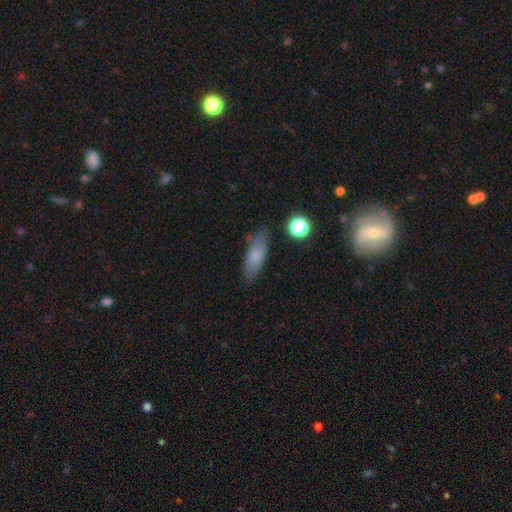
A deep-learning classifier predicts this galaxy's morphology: Q: Smooth or featured?
A: smooth (74%); runner-up: featured or disk (17%)
Q: How rounded?
A: in between (61%); runner-up: cigar-shaped (35%)
Q: Merging?
A: none (76%); runner-up: minor disturbance (17%)